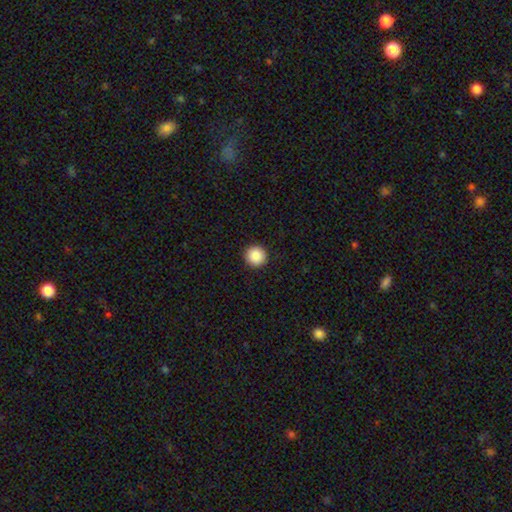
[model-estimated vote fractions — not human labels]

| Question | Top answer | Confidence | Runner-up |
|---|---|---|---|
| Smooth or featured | smooth | 88% | star or artifact (9%) |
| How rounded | round | 96% | in between (3%) |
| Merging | none | 93% | minor disturbance (4%) |